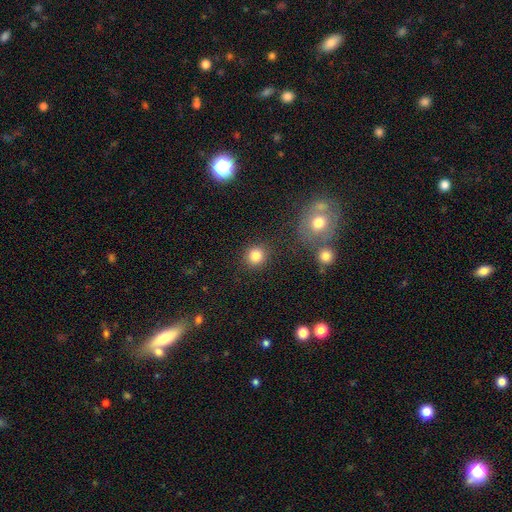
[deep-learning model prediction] smooth-or-featured: smooth: 84% | star or artifact: 11% | featured or disk: 5%
  how-rounded: round: 89% | in between: 10% | cigar-shaped: 1%
  merging: none: 86% | minor disturbance: 7% | merger: 3% | major disturbance: 3%